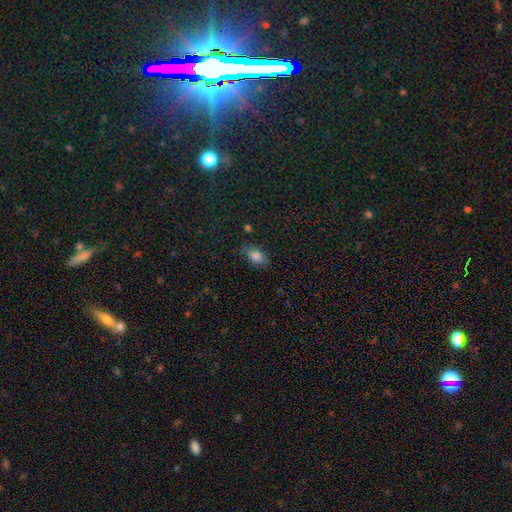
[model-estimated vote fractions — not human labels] smooth_or_featured: smooth (p=0.82) [alt: star or artifact p=0.10]
how_rounded: in between (p=0.85) [alt: round p=0.12]
merging: none (p=0.73) [alt: minor disturbance p=0.20]